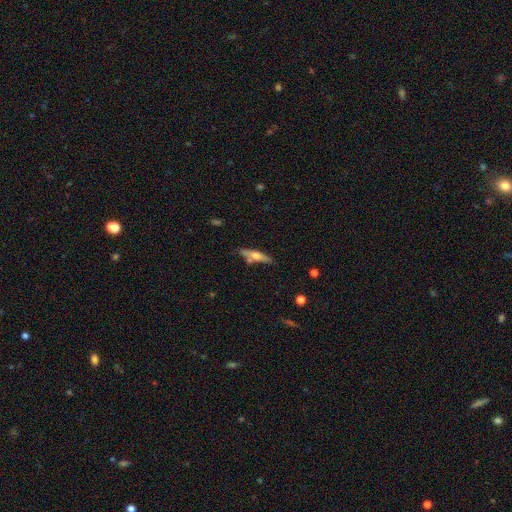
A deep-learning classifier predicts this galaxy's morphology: smooth-or-featured: featured or disk: 48% | smooth: 46% | star or artifact: 6%
  merging: none: 70% | minor disturbance: 17% | merger: 10% | major disturbance: 4%